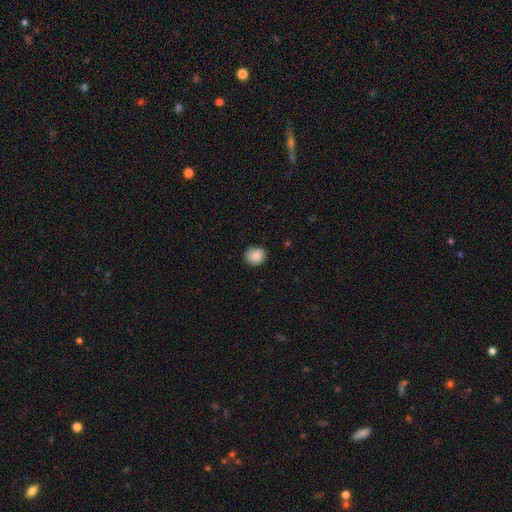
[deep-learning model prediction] smooth-or-featured: smooth: 88% | star or artifact: 8% | featured or disk: 4%
  how-rounded: round: 78% | in between: 21% | cigar-shaped: 1%
  merging: none: 83% | minor disturbance: 14% | major disturbance: 2% | merger: 1%